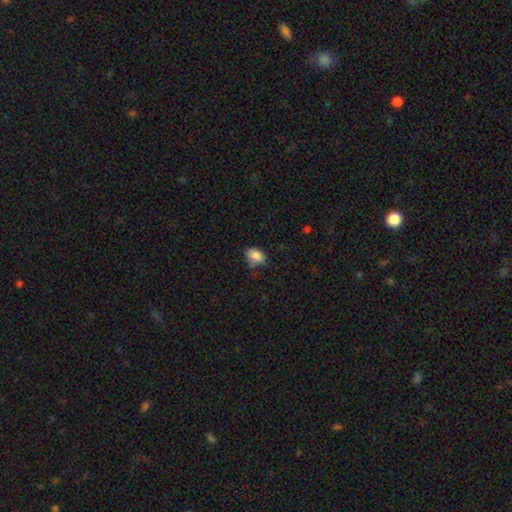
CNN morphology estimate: smooth 85%, star or artifact 9%, featured or disk 6%. Down the decision tree: how rounded — in between (73%); merging — none (63%).